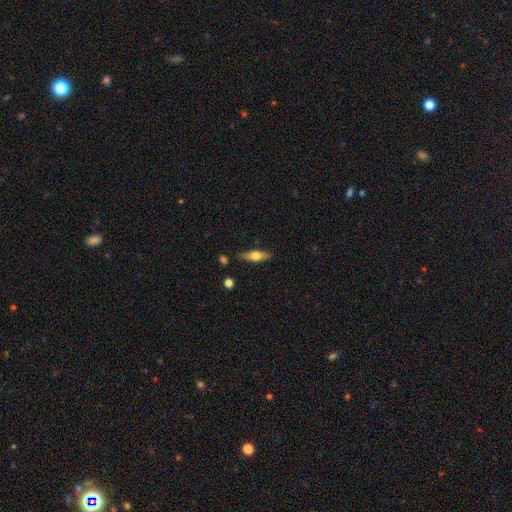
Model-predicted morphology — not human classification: Smooth or featured? smooth (52%)
How rounded? cigar-shaped (57%)
Merging? none (84%)